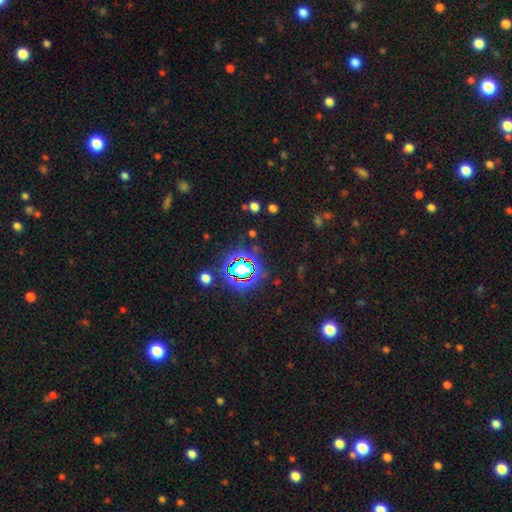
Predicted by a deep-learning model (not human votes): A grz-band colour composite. It shows a star or artifact, not a galaxy (76%).